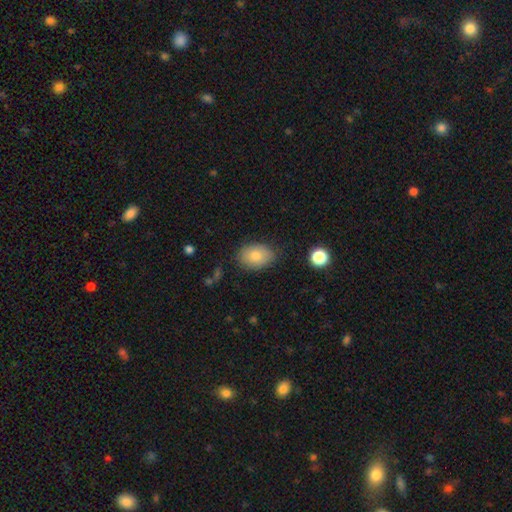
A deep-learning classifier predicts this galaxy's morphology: smooth 81%, featured or disk 11%, star or artifact 9%. Down the decision tree: how rounded — in between (73%); merging — none (80%).